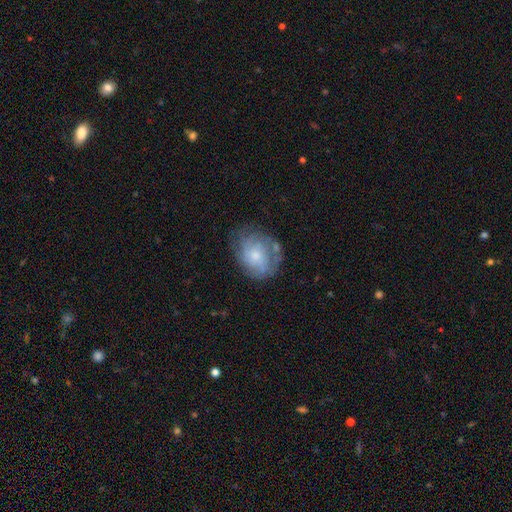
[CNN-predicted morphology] smooth-or-featured: featured or disk: 55% | smooth: 37% | star or artifact: 8%
  disk-edge-on: no: 97% | yes: 3%
    bar: no: 80% | weak: 17% | strong: 2%
    has-spiral-arms: yes: 70% | no: 30%
    bulge-size: small: 51% | moderate: 40% | none: 4% | large: 4% | dominant: 1%
  merging: none: 60% | minor disturbance: 24% | major disturbance: 12% | merger: 4%